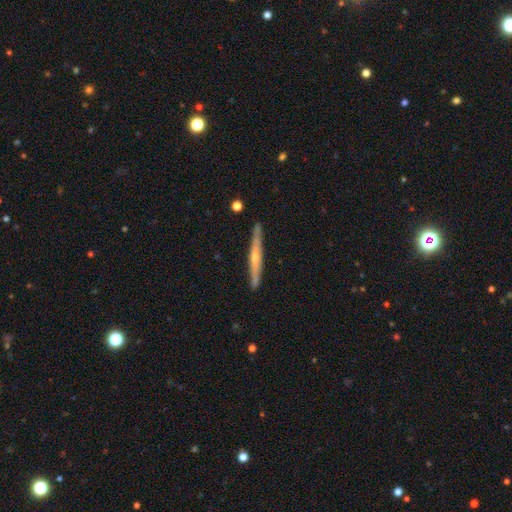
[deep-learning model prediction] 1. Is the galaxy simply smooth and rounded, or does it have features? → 69% featured or disk, 26% smooth, 6% star or artifact.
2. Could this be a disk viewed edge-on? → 97% yes, 3% no.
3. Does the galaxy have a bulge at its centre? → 71% rounded, 24% none, 5% boxy.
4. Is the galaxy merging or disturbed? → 90% none, 8% minor disturbance, 1% merger, 1% major disturbance.